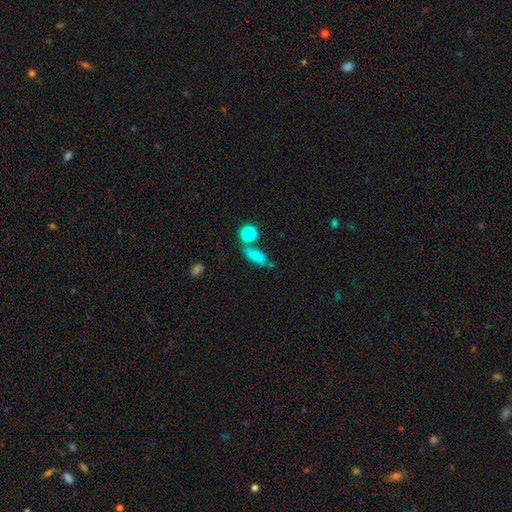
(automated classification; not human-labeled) Smooth or featured? Predicted: smooth (p=0.77). How rounded? Predicted: in between (p=0.64). Merging? Predicted: none (p=0.52).